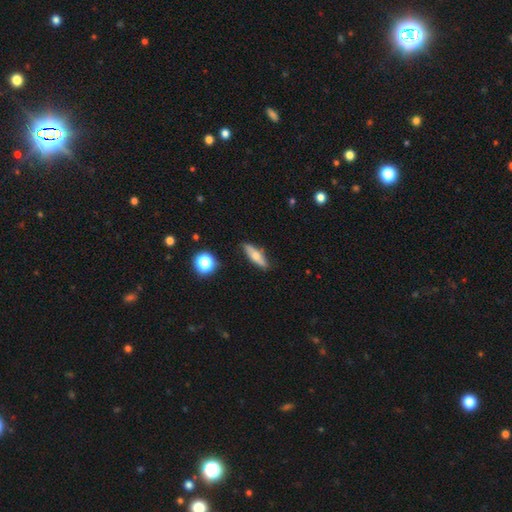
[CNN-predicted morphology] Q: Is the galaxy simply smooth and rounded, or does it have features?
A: smooth — 54%.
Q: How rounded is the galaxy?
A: cigar-shaped — 59%.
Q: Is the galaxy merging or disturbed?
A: none — 83%.